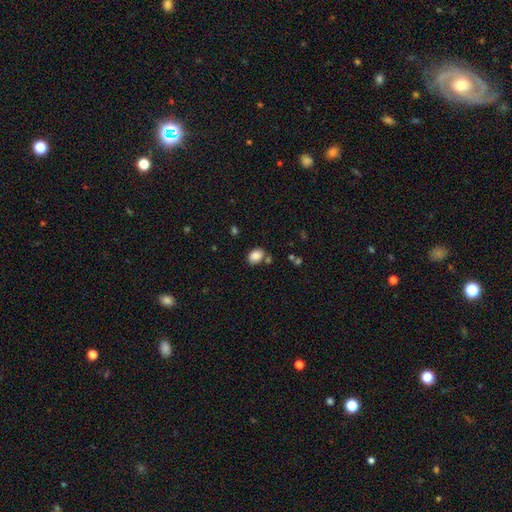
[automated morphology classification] Smooth or featured?
  - smooth: 86% *
  - star or artifact: 9%
  - featured or disk: 5%
How rounded?
  - in between: 75% *
  - round: 24%
  - cigar-shaped: 1%
Merging?
  - none: 67% *
  - minor disturbance: 16%
  - merger: 12%
  - major disturbance: 5%